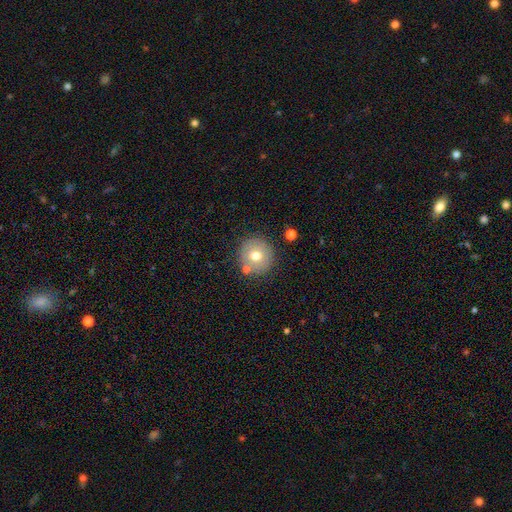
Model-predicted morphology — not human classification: smooth_or_featured: smooth (p=0.70) [alt: featured or disk p=0.19]
how_rounded: round (p=0.94) [alt: in between p=0.05]
merging: none (p=0.80) [alt: minor disturbance p=0.09]